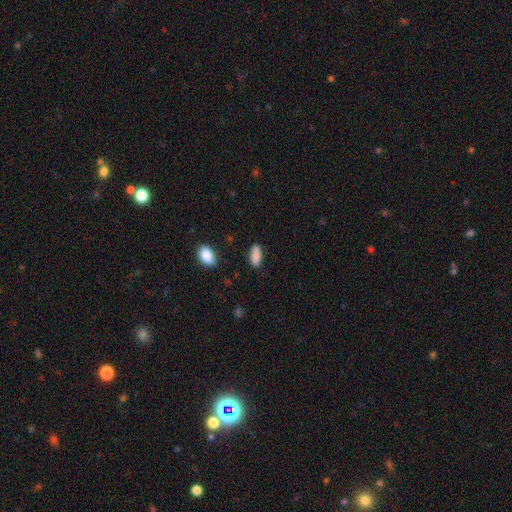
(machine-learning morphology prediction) Smooth or featured? Predicted: smooth (p=0.89). How rounded? Predicted: in between (p=0.84). Merging? Predicted: none (p=0.85).